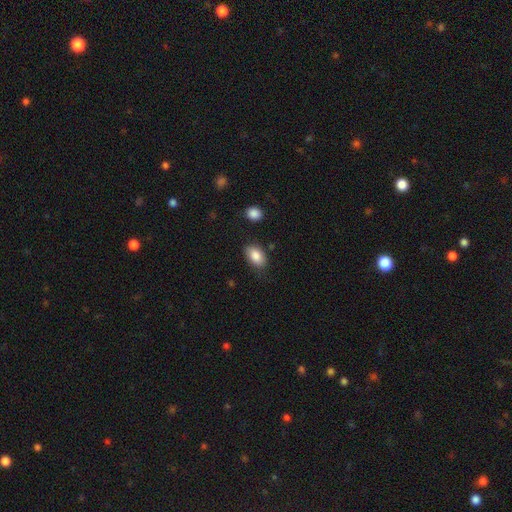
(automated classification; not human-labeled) smooth-or-featured: smooth: 87% | star or artifact: 7% | featured or disk: 6%
  how-rounded: in between: 90% | round: 9% | cigar-shaped: 2%
  merging: none: 77% | minor disturbance: 17% | major disturbance: 4% | merger: 3%